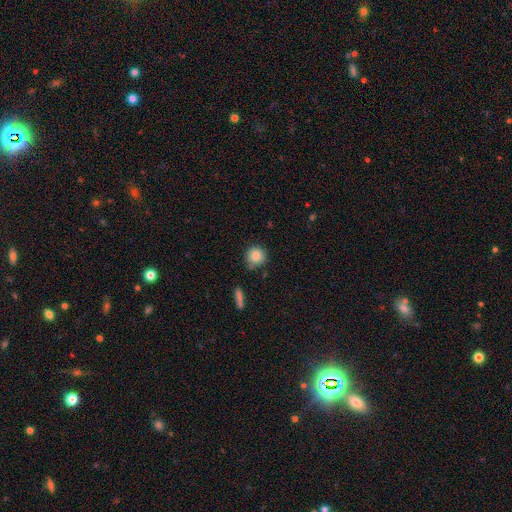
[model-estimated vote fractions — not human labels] The model was most divided on "merging": none: 80%, minor disturbance: 13%, merger: 4%, major disturbance: 3%. More confident: how rounded — round (92%); smooth or featured — smooth (84%).